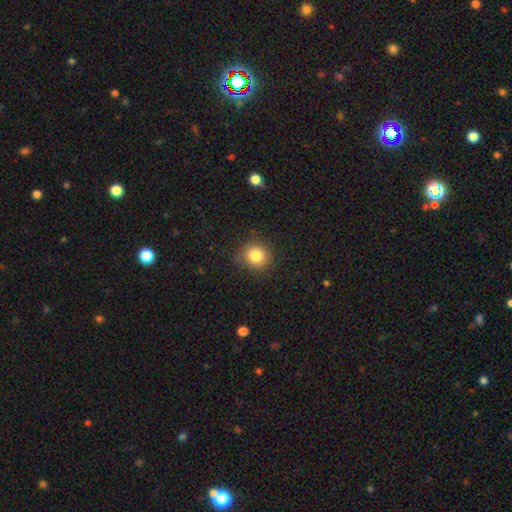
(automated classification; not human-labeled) Smooth or featured: smooth — 83% (star or artifact — 11%)
How rounded: round — 87% (in between — 12%)
Merging: none — 87% (minor disturbance — 9%)